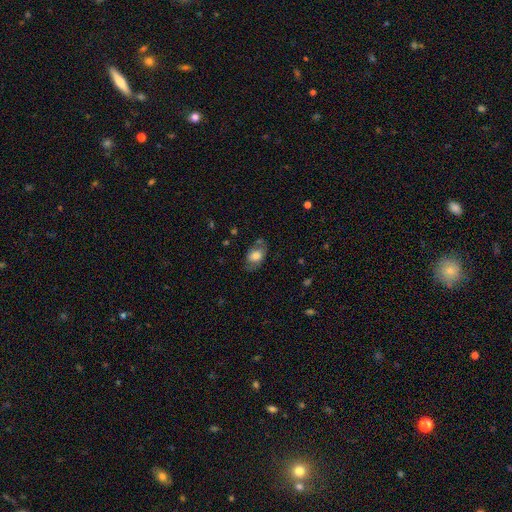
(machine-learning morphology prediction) Smooth or featured? smooth (69%)
How rounded? in between (83%)
Merging? none (63%)